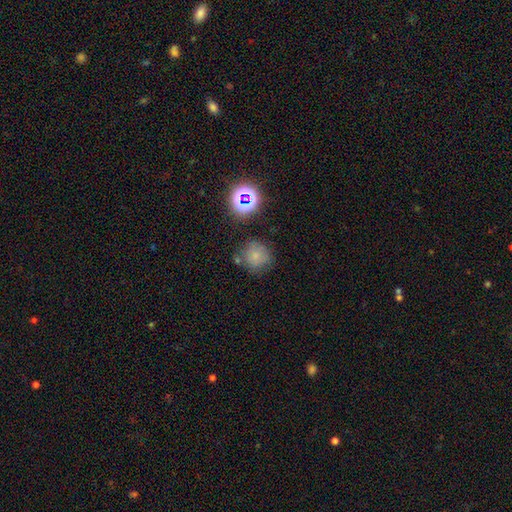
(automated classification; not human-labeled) Smooth or featured? smooth (72%)
How rounded? round (90%)
Merging? none (70%)